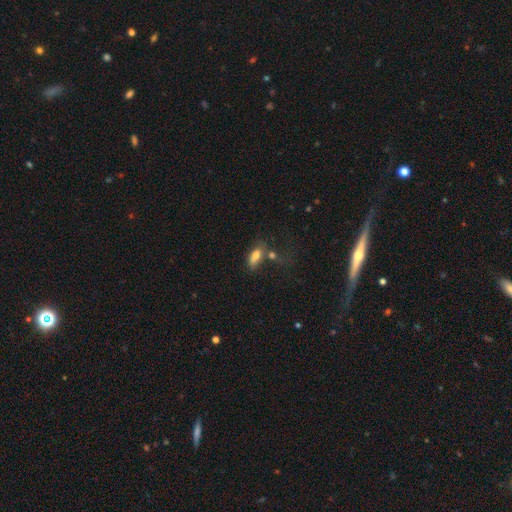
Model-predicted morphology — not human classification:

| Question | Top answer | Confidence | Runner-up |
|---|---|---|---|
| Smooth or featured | smooth | 77% | featured or disk (13%) |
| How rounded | in between | 81% | cigar-shaped (14%) |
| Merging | none | 37% | merger (29%) |